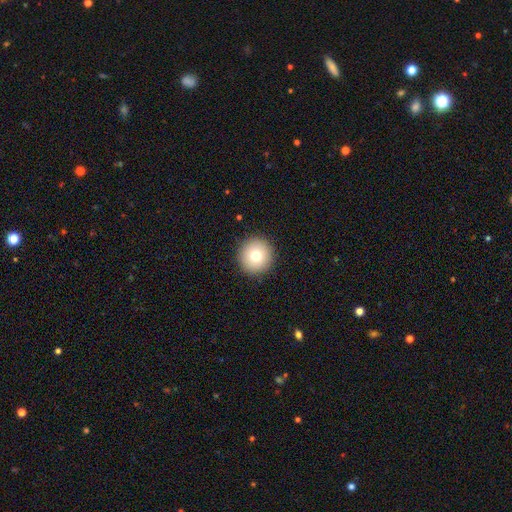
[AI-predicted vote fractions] This appears to be a smooth galaxy with no disk features (75%) that is round (96%). Merging: none (92%).